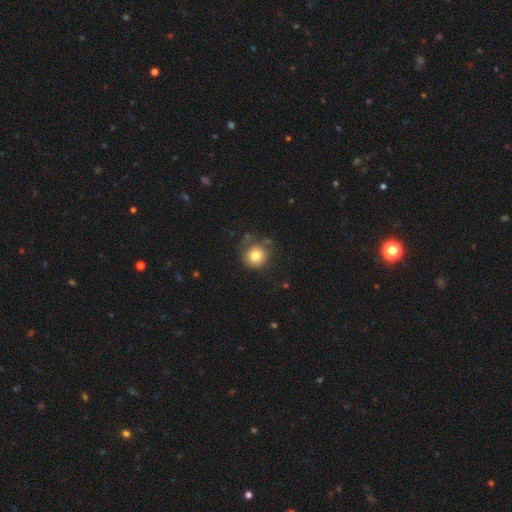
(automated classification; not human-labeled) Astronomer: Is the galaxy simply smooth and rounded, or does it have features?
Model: smooth — 81%.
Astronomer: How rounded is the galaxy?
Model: round — 93%.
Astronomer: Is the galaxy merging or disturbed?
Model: none — 74%.